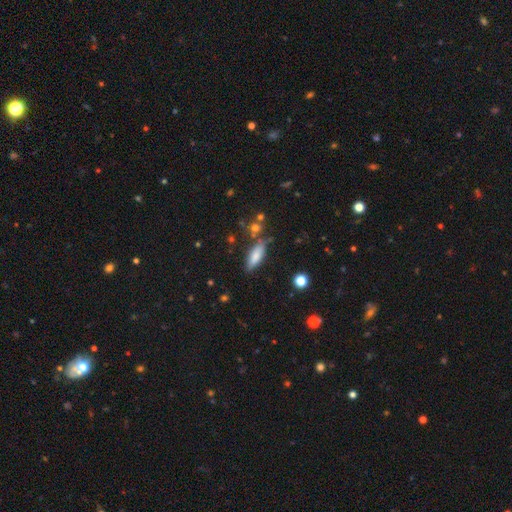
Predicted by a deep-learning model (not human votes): smooth-or-featured: smooth: 78% | featured or disk: 15% | star or artifact: 8%
  how-rounded: in between: 63% | cigar-shaped: 35% | round: 2%
  merging: none: 72% | minor disturbance: 17% | merger: 7% | major disturbance: 4%